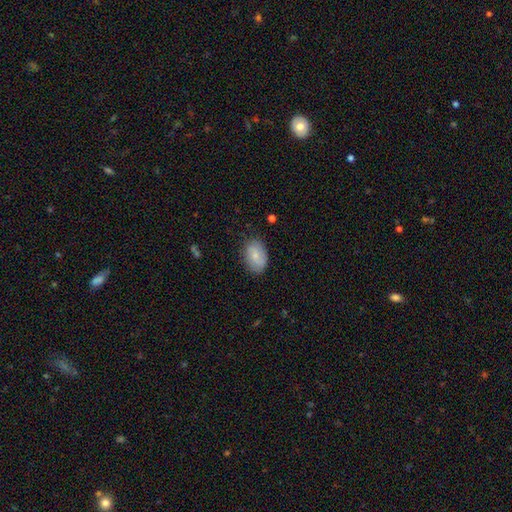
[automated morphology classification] Overall: smooth (63%; featured or disk 30%). How rounded: in between (86%). Merging: none (80%).